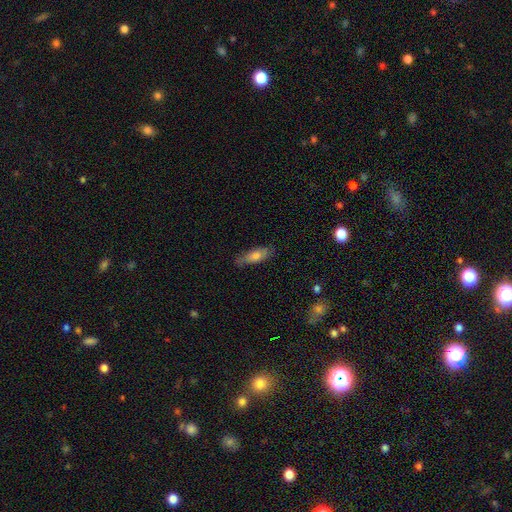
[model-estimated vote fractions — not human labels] Overall: smooth (63%; featured or disk 28%). How rounded: in between (53%; cigar-shaped 44%). Merging: none (81%).